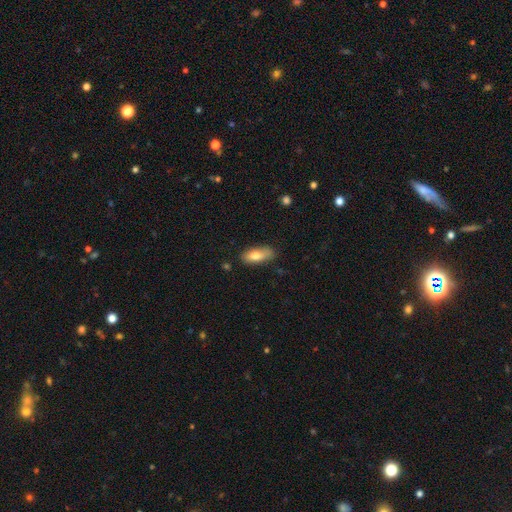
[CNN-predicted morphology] Smooth or featured? Predicted: smooth (p=0.77). How rounded? Predicted: in between (p=0.77). Merging? Predicted: none (p=0.70).